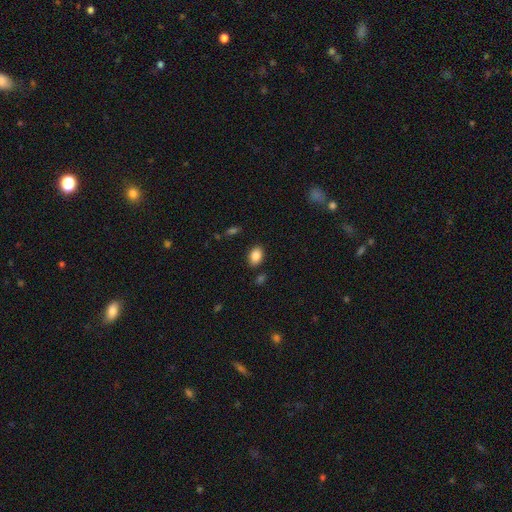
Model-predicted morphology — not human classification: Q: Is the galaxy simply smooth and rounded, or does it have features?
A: smooth — 86%.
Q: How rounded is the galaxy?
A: in between — 82%.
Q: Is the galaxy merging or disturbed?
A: none — 85%.